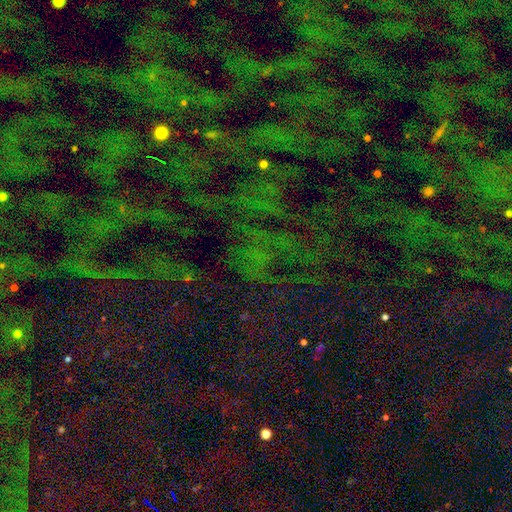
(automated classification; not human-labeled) Smooth or featured?
  - star or artifact: 79% *
  - smooth: 12%
  - featured or disk: 8%